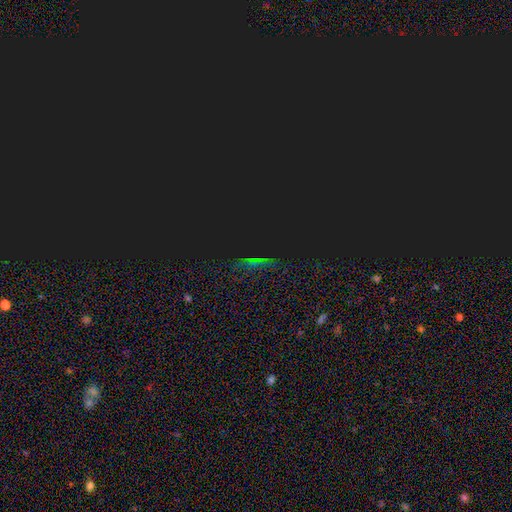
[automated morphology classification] smooth-or-featured: star or artifact: 81% | smooth: 12% | featured or disk: 7%